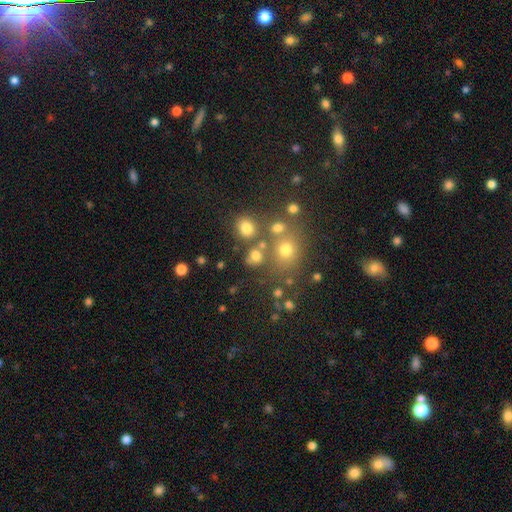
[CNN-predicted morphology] smooth 69%, star or artifact 20%, featured or disk 10%. Down the decision tree: how rounded — round (70%); merging — none (61%).